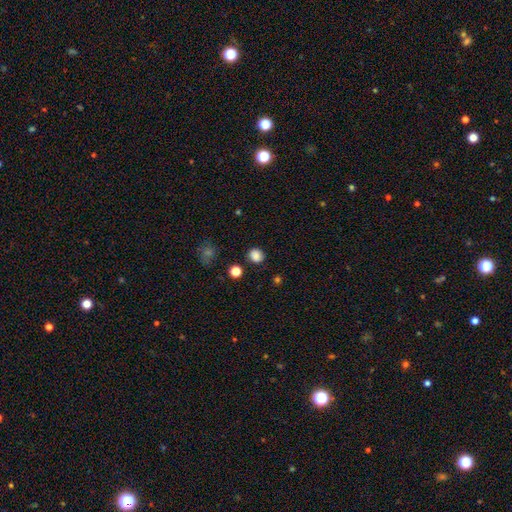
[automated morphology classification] Smooth or featured? smooth (84%)
How rounded? round (77%)
Merging? none (83%)